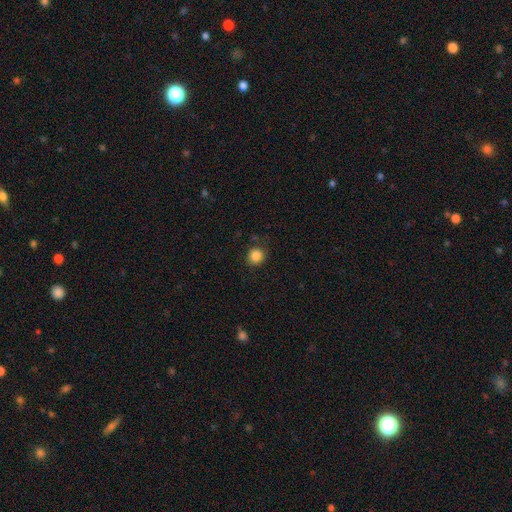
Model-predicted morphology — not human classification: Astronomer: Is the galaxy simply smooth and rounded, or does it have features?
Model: smooth — 86%.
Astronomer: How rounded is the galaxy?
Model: round — 90%.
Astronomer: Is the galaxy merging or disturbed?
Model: none — 85%.